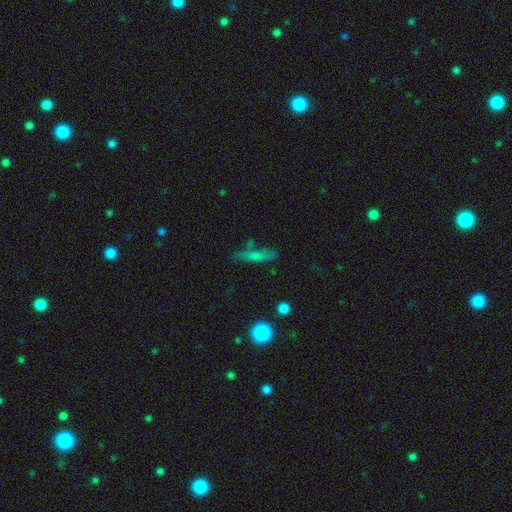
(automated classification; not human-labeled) Smooth or featured?
  - smooth: 65% *
  - featured or disk: 24%
  - star or artifact: 11%
How rounded?
  - cigar-shaped: 81% *
  - in between: 16%
  - round: 3%
Merging?
  - none: 71% *
  - minor disturbance: 17%
  - merger: 7%
  - major disturbance: 5%